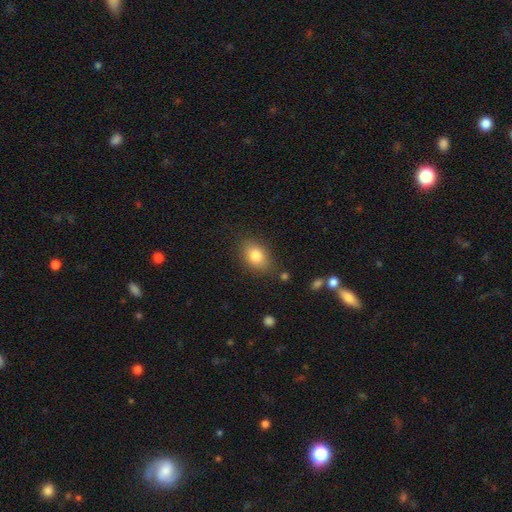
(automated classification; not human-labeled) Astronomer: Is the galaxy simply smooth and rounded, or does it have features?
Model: smooth — 81%.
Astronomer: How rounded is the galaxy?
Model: in between — 76%.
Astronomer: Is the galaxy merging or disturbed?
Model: none — 80%.